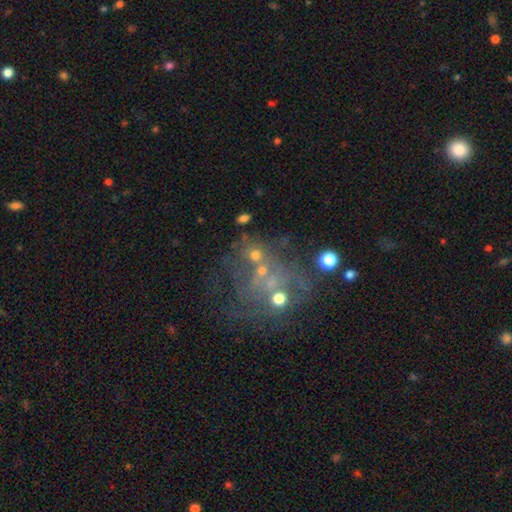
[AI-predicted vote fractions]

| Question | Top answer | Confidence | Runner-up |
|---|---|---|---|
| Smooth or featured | featured or disk | 40% | smooth (33%) |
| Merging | none | 40% | merger (25%) |